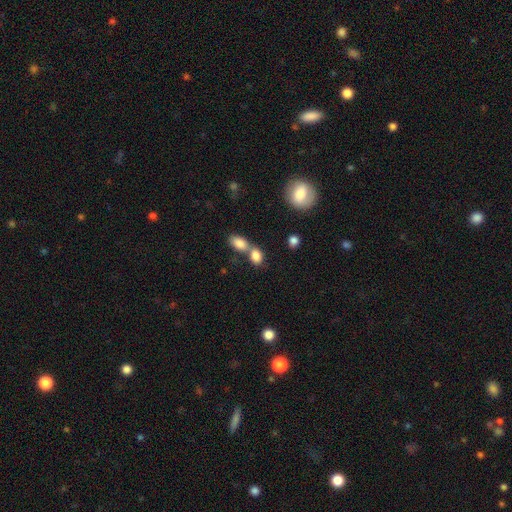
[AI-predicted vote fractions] Smooth or featured?
  - smooth: 83% *
  - star or artifact: 9%
  - featured or disk: 8%
How rounded?
  - in between: 76% *
  - round: 21%
  - cigar-shaped: 3%
Merging?
  - merger: 54% *
  - none: 33%
  - minor disturbance: 9%
  - major disturbance: 4%